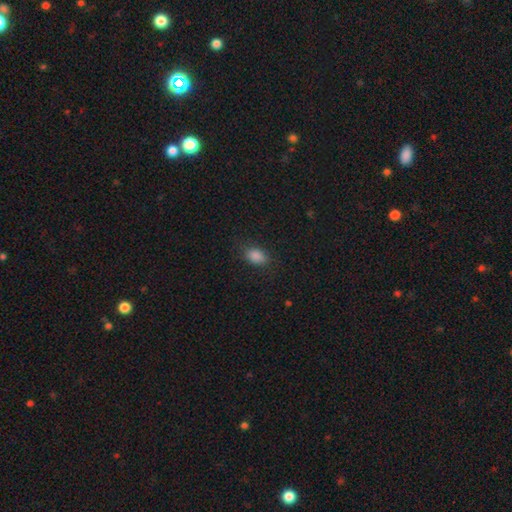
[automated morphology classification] Overall: smooth (85%). How rounded: in between (85%). Merging: none (82%).